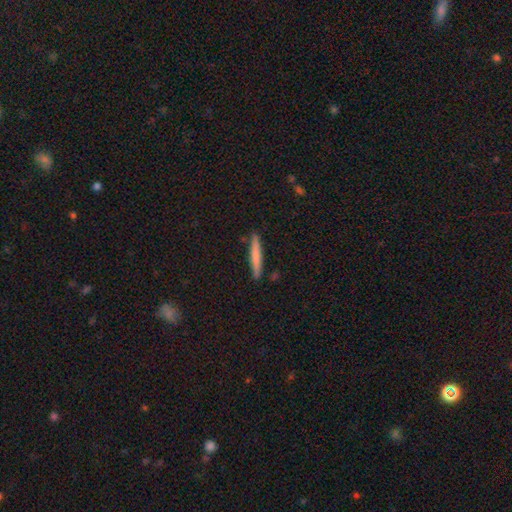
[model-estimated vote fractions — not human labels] smooth 70%, featured or disk 24%, star or artifact 5%. Down the decision tree: how rounded — cigar-shaped (95%); merging — none (89%).